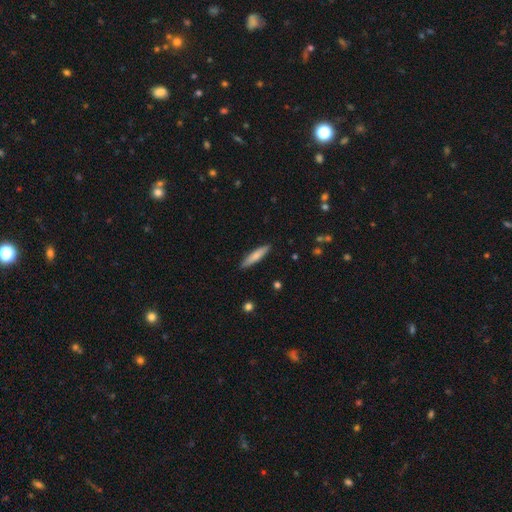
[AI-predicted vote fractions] A smooth galaxy with no disk features (76%) that is cigar-shaped (86%). Merging: none (89%).